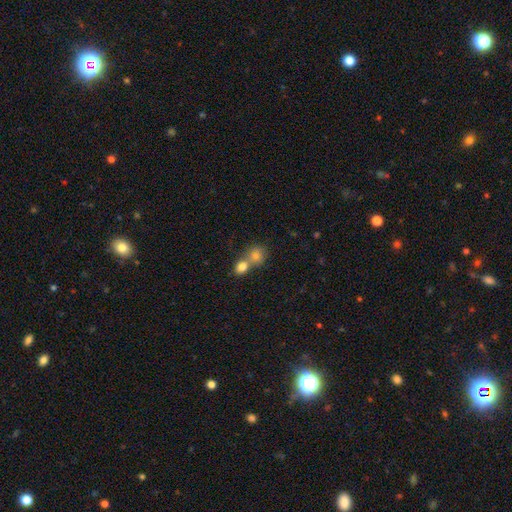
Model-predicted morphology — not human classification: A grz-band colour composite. It shows a smooth galaxy with no disk features (79%) that is round (69%). Merging: merger (59%).